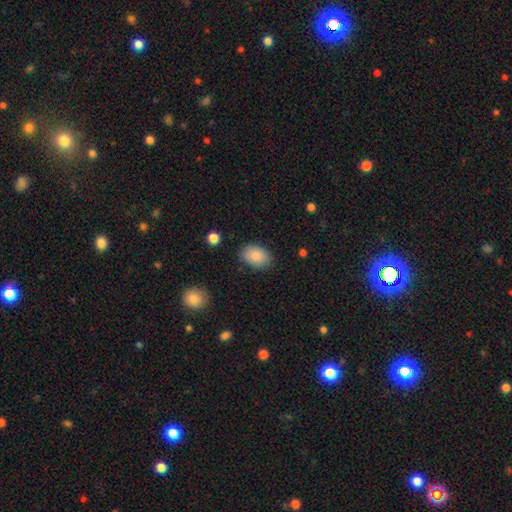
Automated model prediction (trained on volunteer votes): The model was most divided on "how rounded": in between: 85%, round: 14%, cigar-shaped: 1%. More confident: smooth or featured — smooth (86%); merging — none (84%).